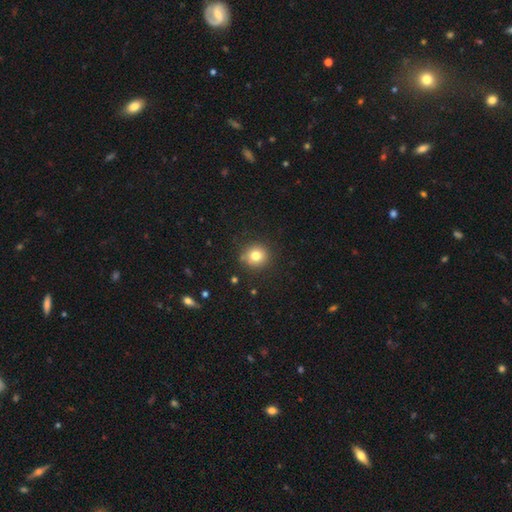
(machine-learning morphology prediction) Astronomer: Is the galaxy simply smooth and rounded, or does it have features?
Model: smooth — 79%.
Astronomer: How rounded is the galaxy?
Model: round — 91%.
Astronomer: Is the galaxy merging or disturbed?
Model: none — 86%.